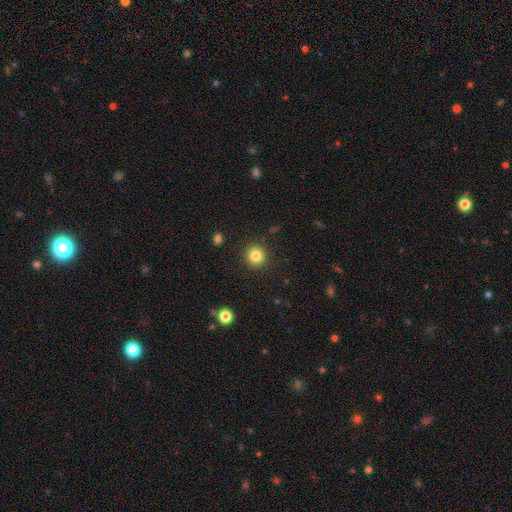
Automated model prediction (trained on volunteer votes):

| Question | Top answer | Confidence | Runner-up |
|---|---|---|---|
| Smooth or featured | smooth | 83% | star or artifact (11%) |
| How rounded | round | 93% | in between (6%) |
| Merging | none | 90% | minor disturbance (6%) |